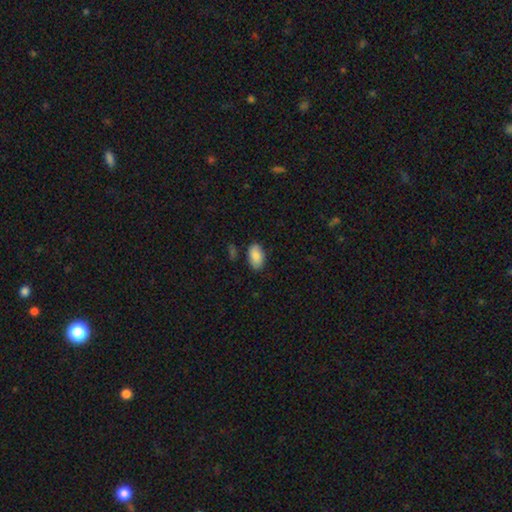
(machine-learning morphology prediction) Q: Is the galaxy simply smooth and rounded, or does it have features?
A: smooth — 86%.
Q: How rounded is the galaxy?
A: in between — 94%.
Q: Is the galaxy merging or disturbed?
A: none — 82%.